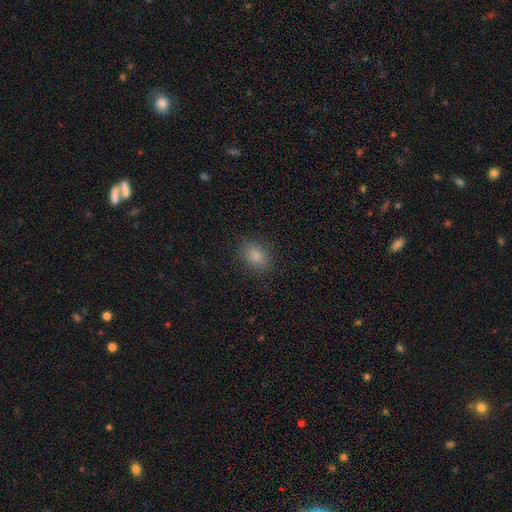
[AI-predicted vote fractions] Morphology: type=smooth (85%); roundness=in between (67%); merging=none (86%).